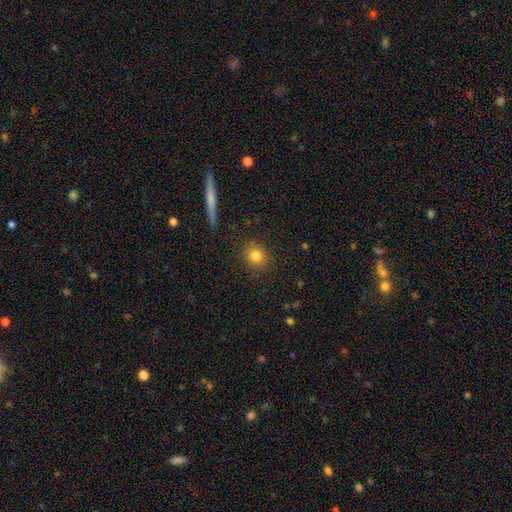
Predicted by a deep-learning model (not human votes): Morphology: type=smooth (82%); roundness=round (85%); merging=none (88%).